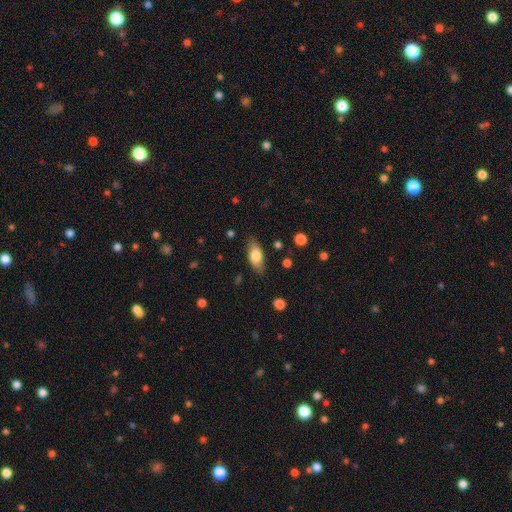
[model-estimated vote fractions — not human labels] A smooth galaxy with no disk features (75%) that is in between round and cigar-shaped (85%). Merging: none (83%).